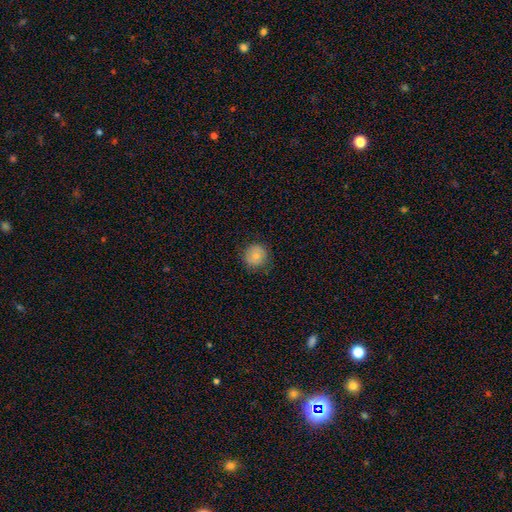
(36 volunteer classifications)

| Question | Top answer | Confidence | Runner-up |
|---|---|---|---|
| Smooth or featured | smooth | 89% | featured or disk (6%) |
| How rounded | round | 97% | in between (3%) |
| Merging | none | 68% | minor disturbance (24%) |